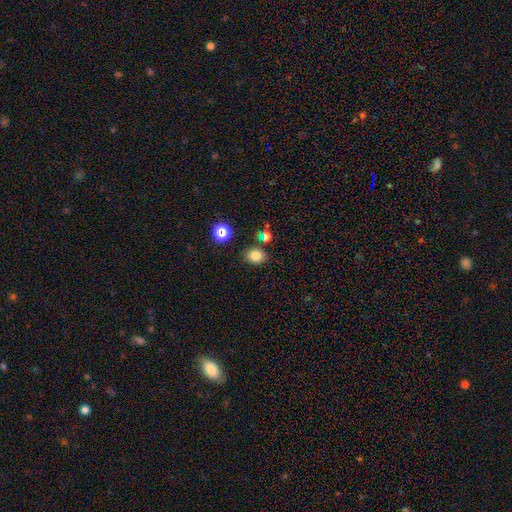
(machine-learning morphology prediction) A smooth galaxy with no disk features (79%) that is round (50%). Merging: none (81%).